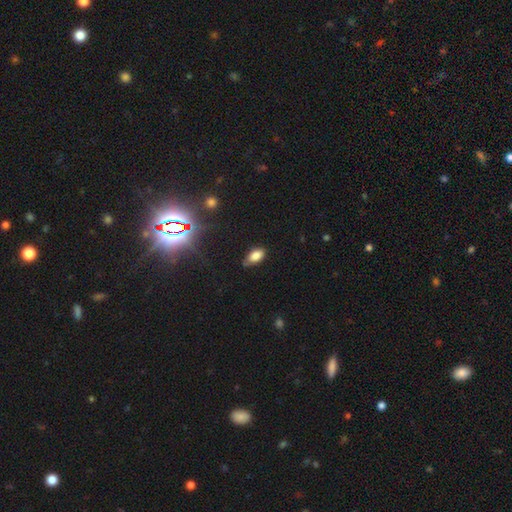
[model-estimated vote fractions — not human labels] A smooth galaxy with no disk features (80%) that is in between round and cigar-shaped (91%). Merging: none (64%).